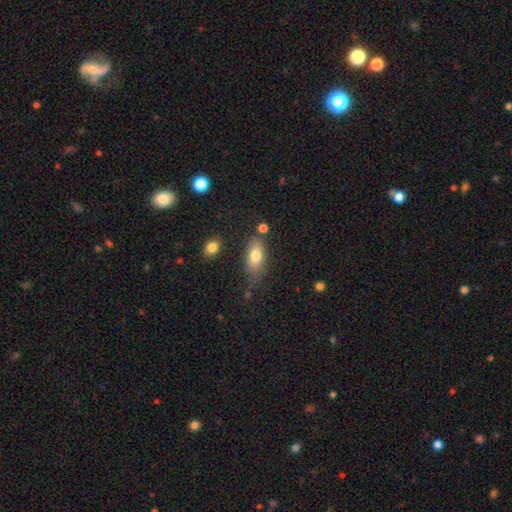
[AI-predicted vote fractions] smooth_or_featured: smooth (p=0.75) [alt: featured or disk p=0.16]
how_rounded: in between (p=0.81) [alt: cigar-shaped p=0.13]
merging: none (p=0.65) [alt: minor disturbance p=0.22]